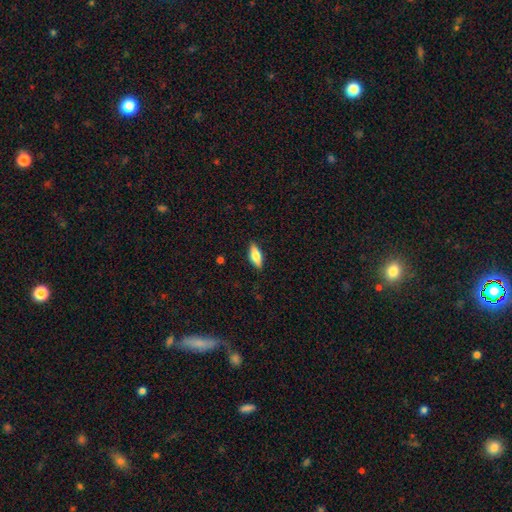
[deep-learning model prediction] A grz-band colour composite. It shows a smooth galaxy with no disk features (66%) that is in between round and cigar-shaped (68%). Merging: none (87%).